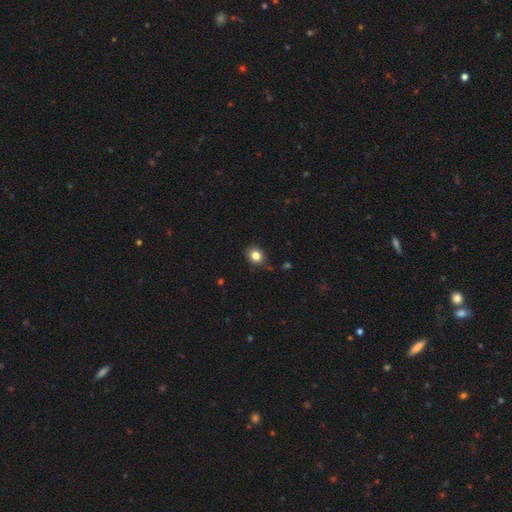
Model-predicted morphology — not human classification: Smooth or featured: smooth — 83% (star or artifact — 11%)
How rounded: round — 63% (in between — 36%)
Merging: none — 81% (minor disturbance — 14%)